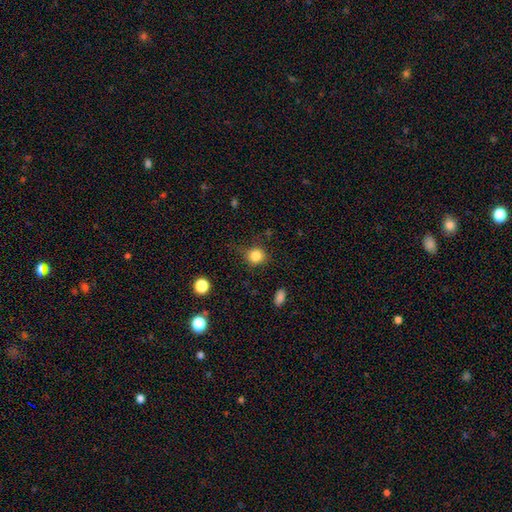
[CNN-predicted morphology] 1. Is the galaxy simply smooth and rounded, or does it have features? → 83% smooth, 11% star or artifact, 6% featured or disk.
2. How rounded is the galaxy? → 85% round, 14% in between, 1% cigar-shaped.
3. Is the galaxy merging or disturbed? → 70% none, 21% minor disturbance, 7% major disturbance, 2% merger.